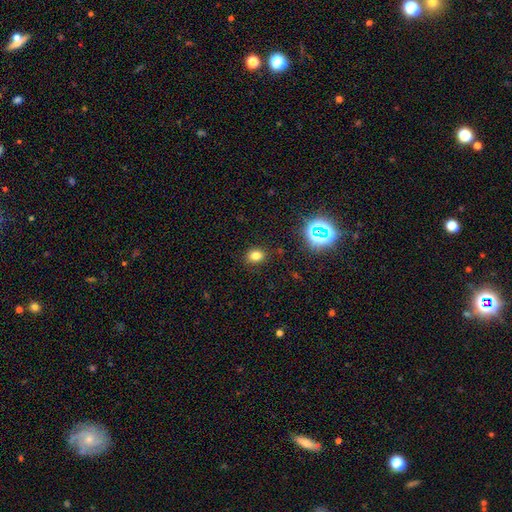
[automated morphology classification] smooth 76%, star or artifact 17%, featured or disk 6%. Down the decision tree: how rounded — round (51%); merging — none (87%).